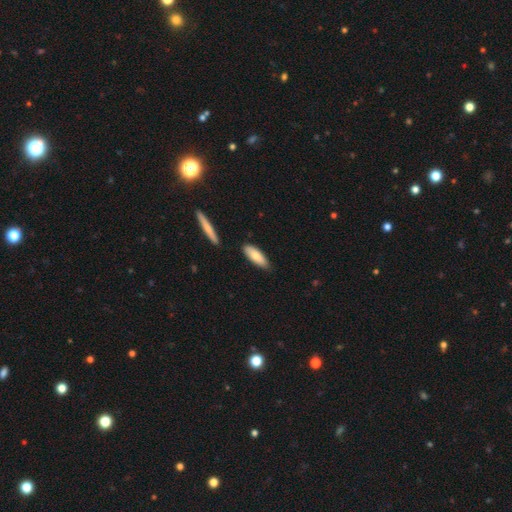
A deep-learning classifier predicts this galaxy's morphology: Overall: smooth (79%). How rounded: in between (64%; cigar-shaped 34%). Merging: none (83%).